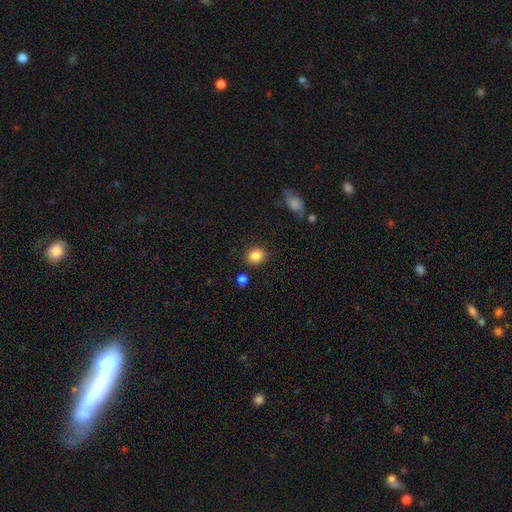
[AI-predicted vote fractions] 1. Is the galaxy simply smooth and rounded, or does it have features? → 85% smooth, 10% star or artifact, 6% featured or disk.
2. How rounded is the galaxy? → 74% round, 25% in between, 1% cigar-shaped.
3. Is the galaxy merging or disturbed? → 86% none, 8% minor disturbance, 3% merger, 2% major disturbance.